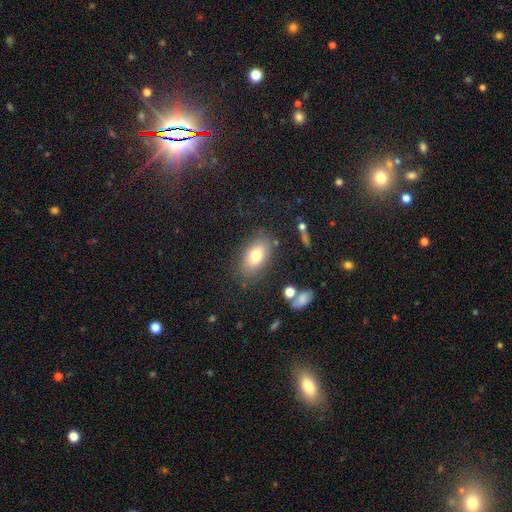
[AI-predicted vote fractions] Smooth or featured? Predicted: smooth (p=0.75). How rounded? Predicted: in between (p=0.88). Merging? Predicted: none (p=0.80).